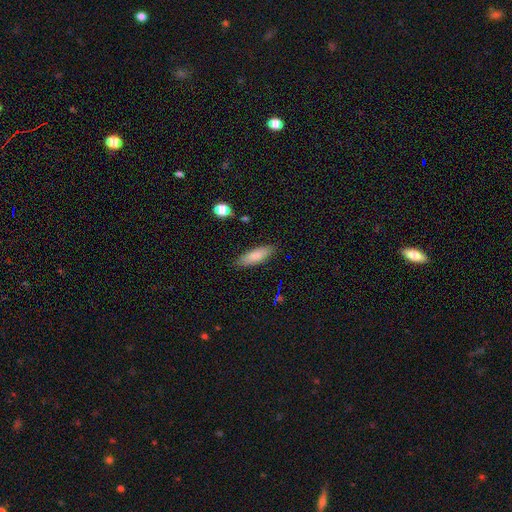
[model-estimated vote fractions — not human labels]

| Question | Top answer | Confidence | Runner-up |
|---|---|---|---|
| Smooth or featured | smooth | 82% | featured or disk (11%) |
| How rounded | in between | 54% | cigar-shaped (44%) |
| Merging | none | 85% | minor disturbance (11%) |